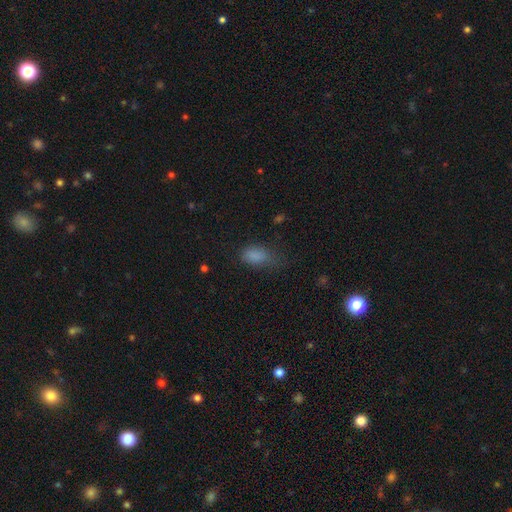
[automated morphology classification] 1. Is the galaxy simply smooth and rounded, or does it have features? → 82% smooth, 12% star or artifact, 6% featured or disk.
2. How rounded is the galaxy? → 88% in between, 7% round, 5% cigar-shaped.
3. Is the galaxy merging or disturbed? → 45% none, 34% minor disturbance, 20% major disturbance, 2% merger.